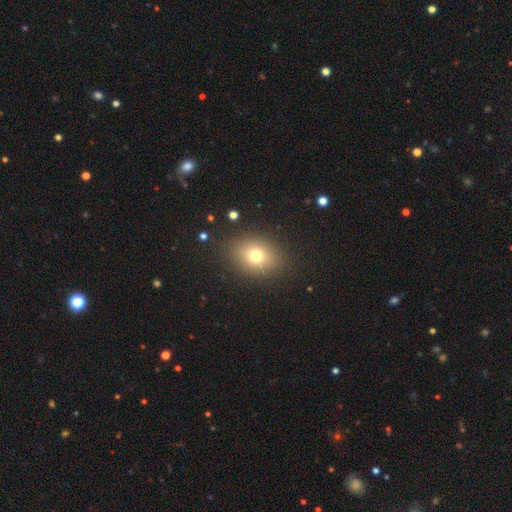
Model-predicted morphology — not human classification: This is likely a smooth galaxy (73%). How rounded: possibly in between (52%). Merging: clearly none (86%).